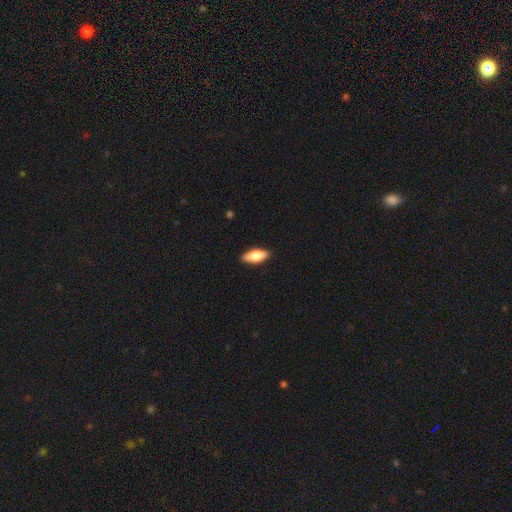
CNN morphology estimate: This is likely a smooth galaxy (69%). How rounded: likely in between (75%). Merging: clearly none (89%).